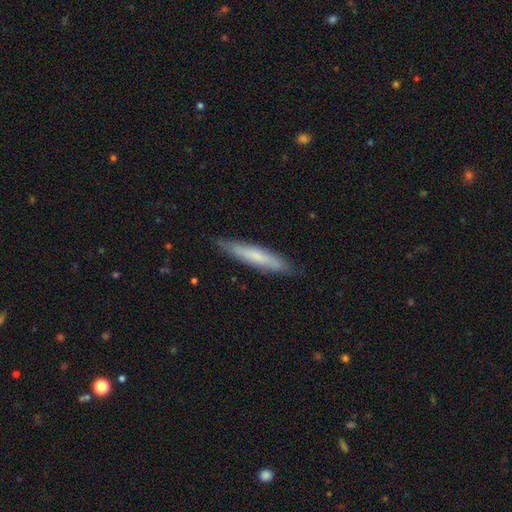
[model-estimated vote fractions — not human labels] Q: Smooth or featured?
A: smooth (61%); runner-up: featured or disk (33%)
Q: How rounded?
A: cigar-shaped (91%); runner-up: in between (8%)
Q: Merging?
A: none (85%); runner-up: minor disturbance (12%)